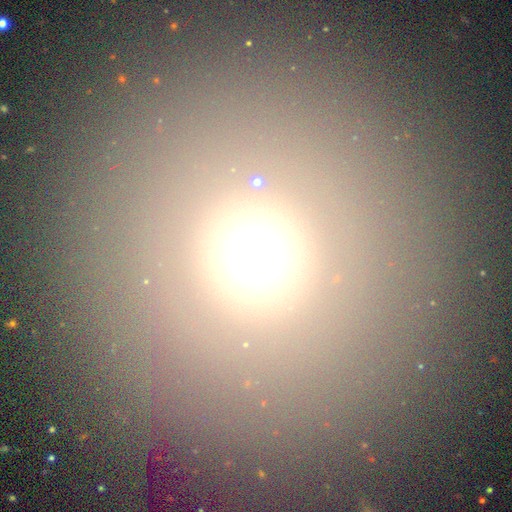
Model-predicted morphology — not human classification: smooth-or-featured: smooth: 65% | star or artifact: 24% | featured or disk: 11%
  how-rounded: round: 85% | in between: 13% | cigar-shaped: 2%
  merging: none: 75% | merger: 11% | minor disturbance: 8% | major disturbance: 6%